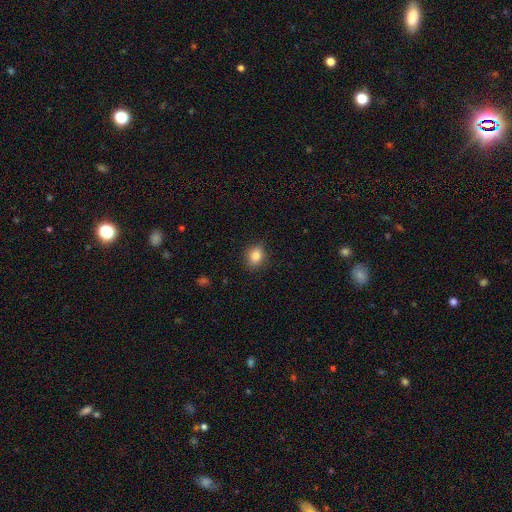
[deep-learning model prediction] This is clearly a smooth galaxy (83%). How rounded: possibly round (55%). Merging: clearly none (87%).